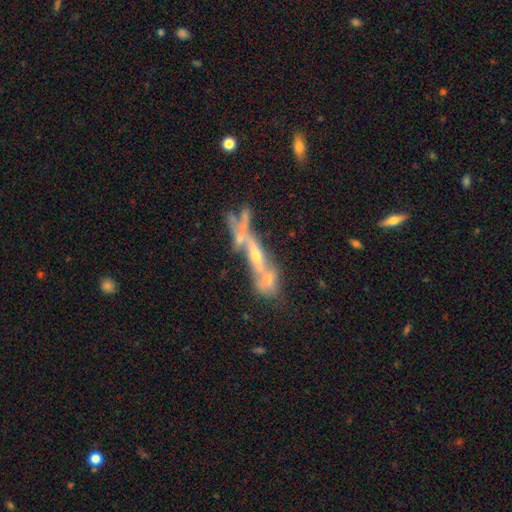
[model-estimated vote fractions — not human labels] Q: Smooth or featured?
A: featured or disk (58%); runner-up: smooth (22%)
Q: Edge-on disk?
A: no (63%); runner-up: yes (37%)
Q: Merging?
A: merger (48%); runner-up: none (24%)